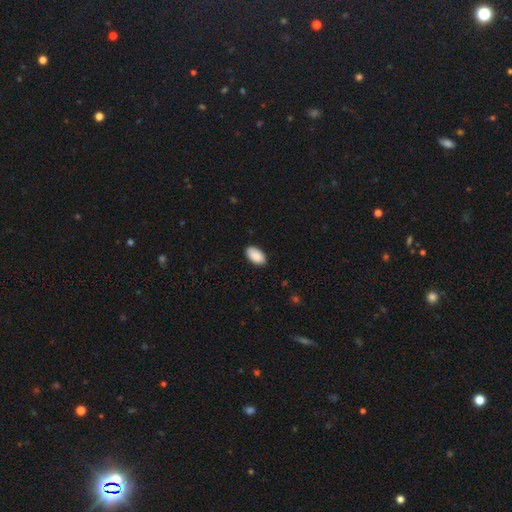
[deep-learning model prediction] Morphology: type=smooth (91%); roundness=in between (96%); merging=none (88%).